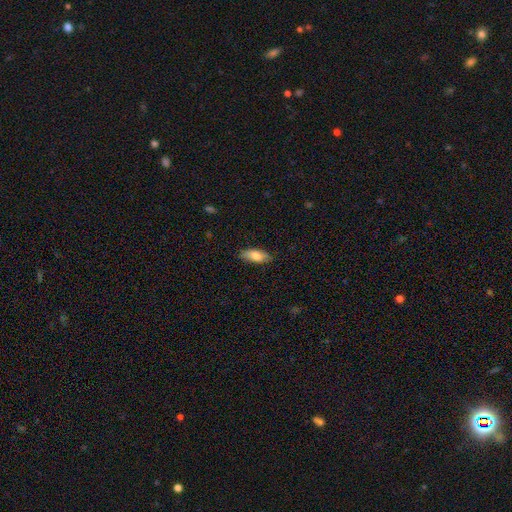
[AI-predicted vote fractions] A smooth galaxy with no disk features (80%) that is in between round and cigar-shaped (78%).

Vote fractions:
- Smooth or featured? smooth: 80% / featured or disk: 14% / star or artifact: 6%
- How rounded? in between: 78% / cigar-shaped: 19% / round: 2%
- Merging? none: 83% / minor disturbance: 14% / major disturbance: 3% / merger: 1%